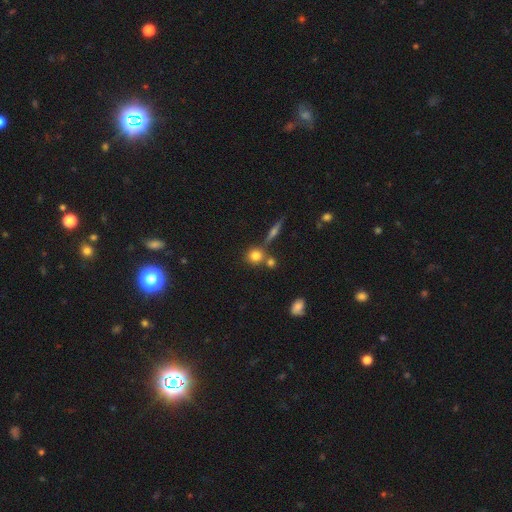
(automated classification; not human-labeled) Smooth or featured? smooth (78%)
How rounded? round (84%)
Merging? none (64%)